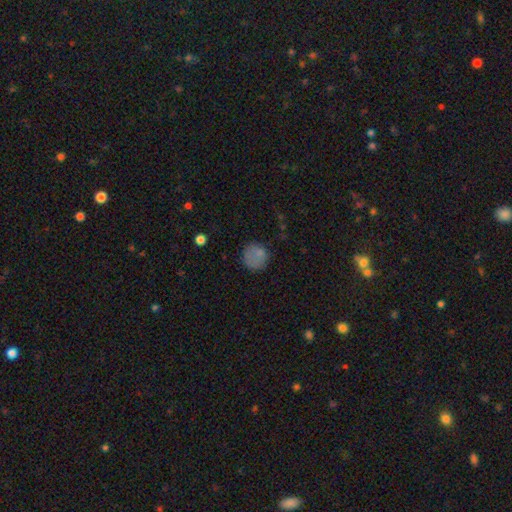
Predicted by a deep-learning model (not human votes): Q: Smooth or featured?
A: smooth (77%); runner-up: star or artifact (12%)
Q: How rounded?
A: round (89%); runner-up: in between (10%)
Q: Merging?
A: none (72%); runner-up: minor disturbance (18%)